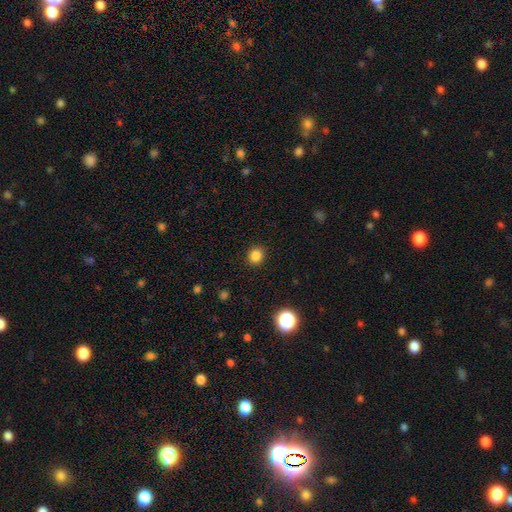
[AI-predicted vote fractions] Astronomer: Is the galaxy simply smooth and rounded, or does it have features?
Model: smooth — 84%.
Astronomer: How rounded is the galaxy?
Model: round — 78%.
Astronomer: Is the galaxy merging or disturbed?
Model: none — 91%.